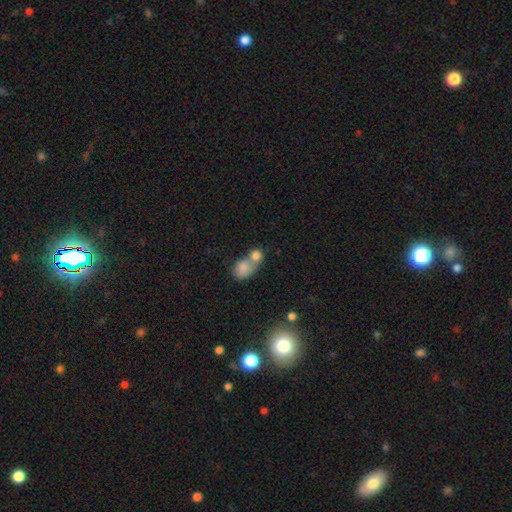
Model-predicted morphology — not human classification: Overall: smooth (79%). How rounded: round (54%; in between 44%). Merging: merger (67%).